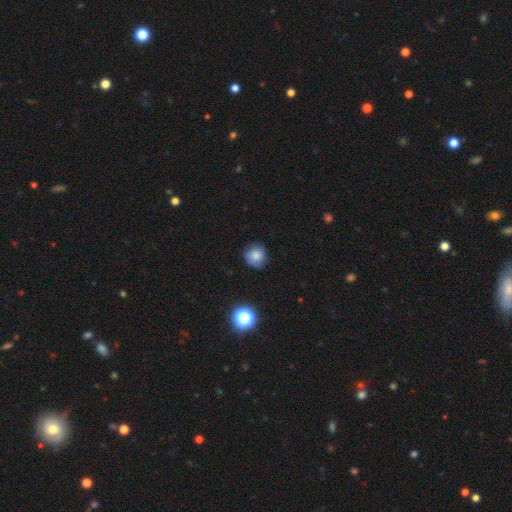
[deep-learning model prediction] smooth-or-featured: smooth: 80% | star or artifact: 12% | featured or disk: 9%
  how-rounded: round: 90% | in between: 9% | cigar-shaped: 1%
  merging: none: 81% | minor disturbance: 15% | major disturbance: 3% | merger: 1%